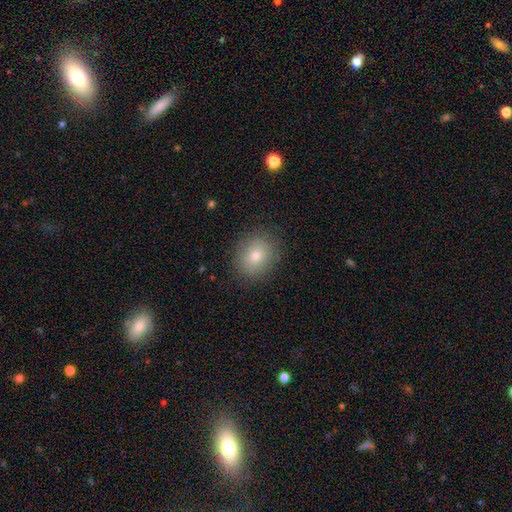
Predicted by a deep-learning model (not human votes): Morphology: type=smooth (76%); roundness=round (65%); merging=none (87%).